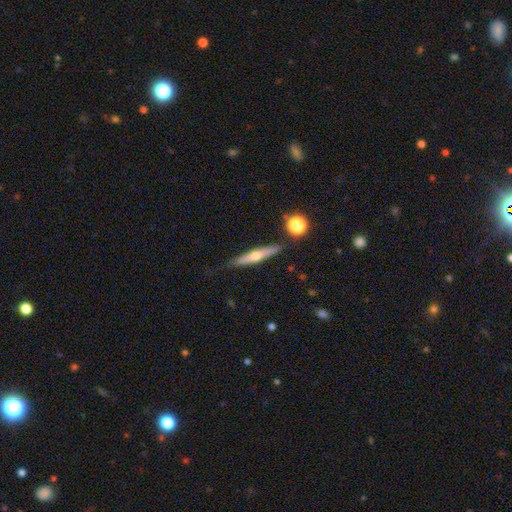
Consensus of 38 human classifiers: featured or disk 66%, smooth 29%, star or artifact 5%. Down the decision tree: edge-on disk — yes (96%); edge-on bulge — rounded (96%); merging — none (75%).